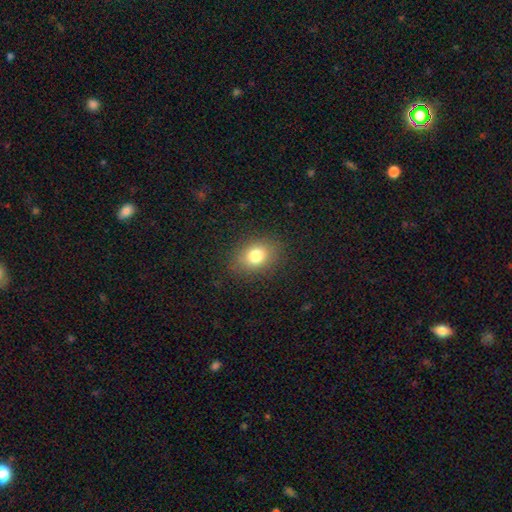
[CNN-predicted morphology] Smooth or featured?
  - smooth: 79% *
  - star or artifact: 11%
  - featured or disk: 10%
How rounded?
  - in between: 58% *
  - round: 41%
  - cigar-shaped: 1%
Merging?
  - none: 85% *
  - minor disturbance: 10%
  - major disturbance: 4%
  - merger: 1%